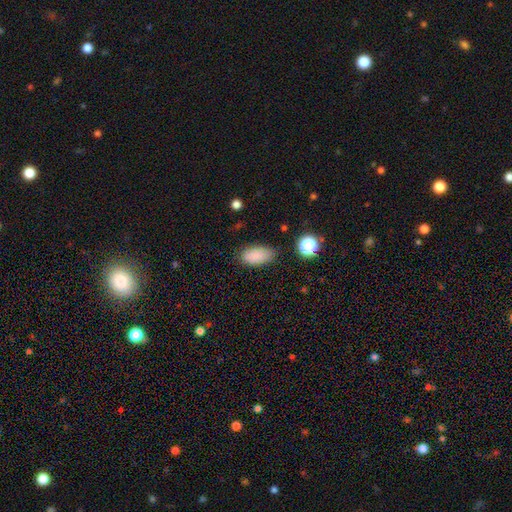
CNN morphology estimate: This appears to be a smooth galaxy with no disk features (86%) that is in between round and cigar-shaped (91%). Merging: none (80%).